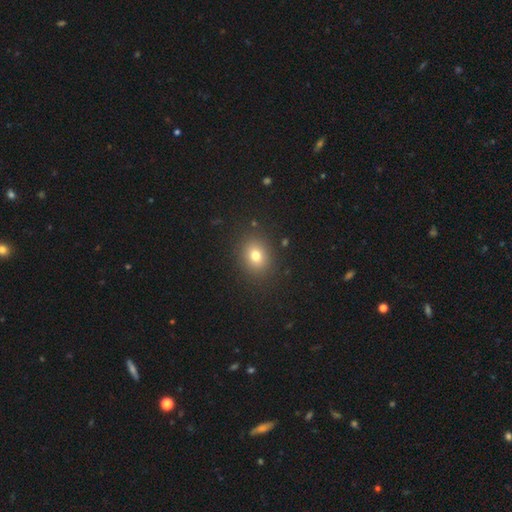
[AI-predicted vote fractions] This appears to be a smooth galaxy with no disk features (77%) that is round (60%). Merging: none (88%).